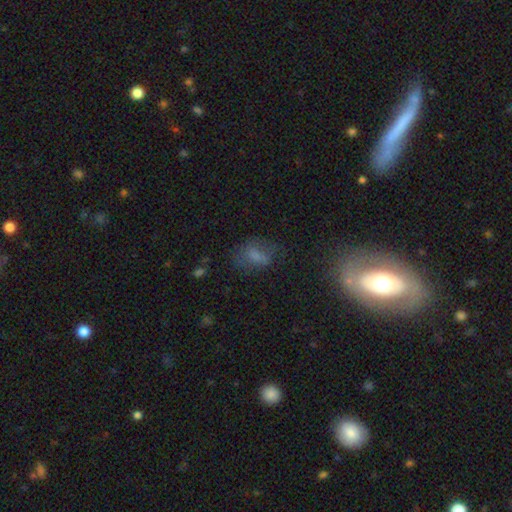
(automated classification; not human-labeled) Overall: smooth (61%). How rounded: in between (76%). Merging: none (53%; minor disturbance 24%).